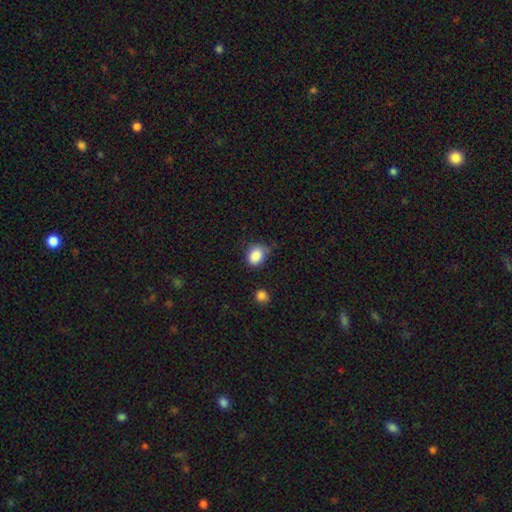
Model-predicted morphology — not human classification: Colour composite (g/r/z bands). It shows a smooth galaxy with no disk features (87%) that is in between round and cigar-shaped (57%). Merging: none (63%).